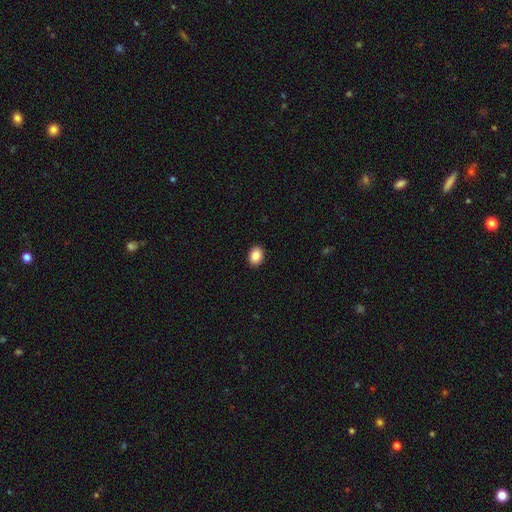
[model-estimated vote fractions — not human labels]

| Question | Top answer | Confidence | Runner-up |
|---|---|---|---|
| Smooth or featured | smooth | 88% | star or artifact (8%) |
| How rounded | in between | 68% | round (31%) |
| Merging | none | 92% | minor disturbance (6%) |